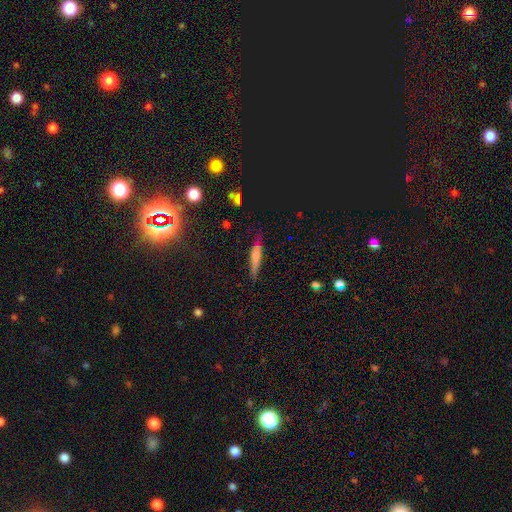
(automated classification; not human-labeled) smooth-or-featured: smooth: 62% | featured or disk: 28% | star or artifact: 10%
  how-rounded: cigar-shaped: 86% | in between: 12% | round: 2%
  merging: none: 74% | minor disturbance: 19% | major disturbance: 5% | merger: 2%